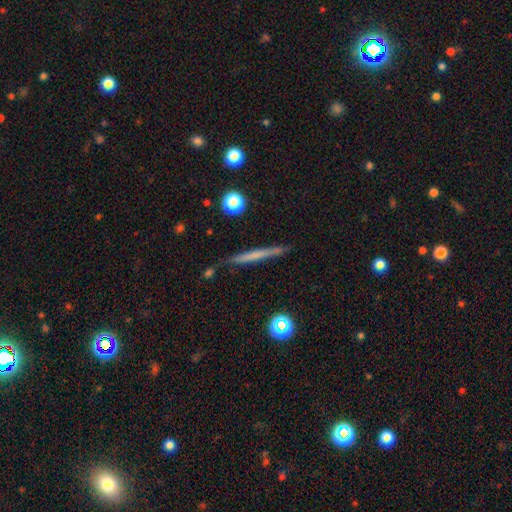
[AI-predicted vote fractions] The model was most divided on "smooth or featured": featured or disk: 51%, smooth: 42%, star or artifact: 7%. More confident: edge-on disk — yes (97%); merging — none (89%).